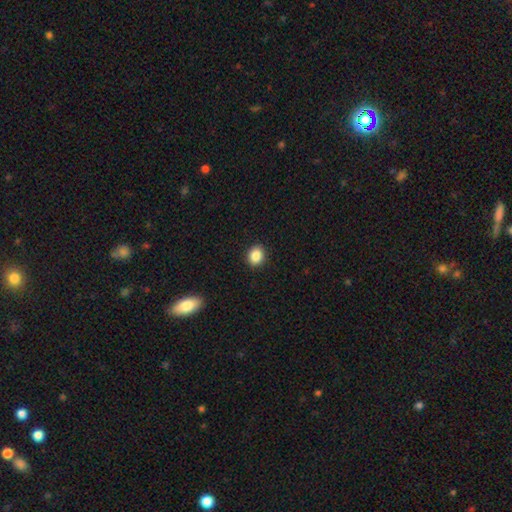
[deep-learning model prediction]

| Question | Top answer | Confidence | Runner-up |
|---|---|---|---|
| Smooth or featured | smooth | 87% | star or artifact (9%) |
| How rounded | round | 60% | in between (39%) |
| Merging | none | 91% | minor disturbance (6%) |